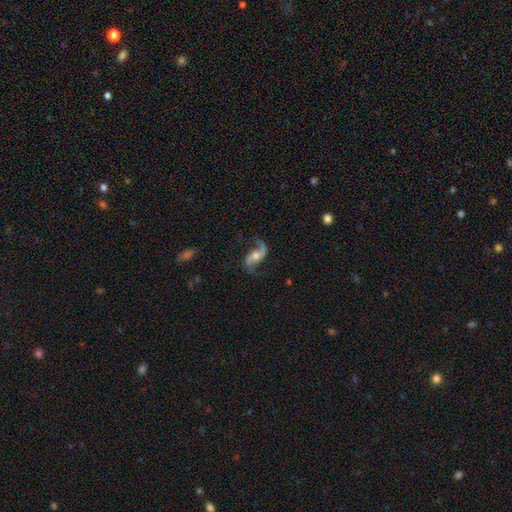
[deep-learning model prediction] smooth-or-featured: featured or disk: 89% | smooth: 6% | star or artifact: 5%
  disk-edge-on: no: 97% | yes: 3%
    bar: no: 52% | weak: 32% | strong: 16%
    has-spiral-arms: yes: 97% | no: 3%
      spiral-winding: loose: 79% | medium: 17% | tight: 4%
      spiral-arm-count: 2: 93% | 1: 2% | can't tell: 1% | 3: 1% | 4: 1% | more than 4: 1%
    bulge-size: moderate: 63% | small: 25% | large: 7% | none: 3% | dominant: 1%
  merging: none: 78% | minor disturbance: 13% | major disturbance: 7% | merger: 2%